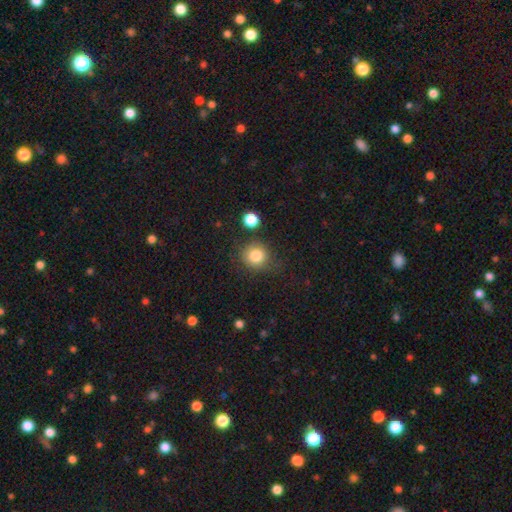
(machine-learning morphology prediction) This appears to be a smooth galaxy with no disk features (83%) that is round (88%). Merging: none (76%).